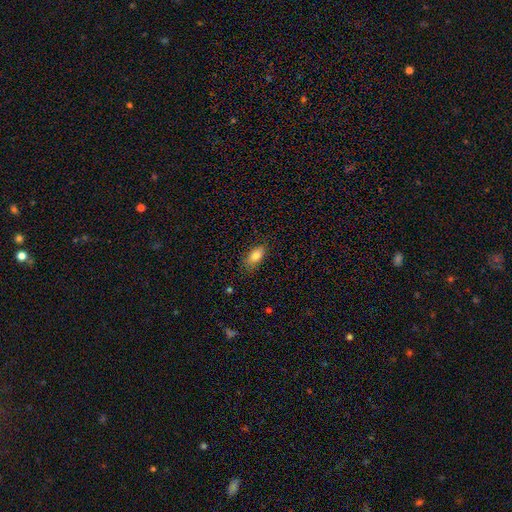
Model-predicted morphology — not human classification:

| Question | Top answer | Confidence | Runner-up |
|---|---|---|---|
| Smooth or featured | smooth | 81% | featured or disk (11%) |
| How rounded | in between | 87% | cigar-shaped (8%) |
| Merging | none | 82% | minor disturbance (14%) |